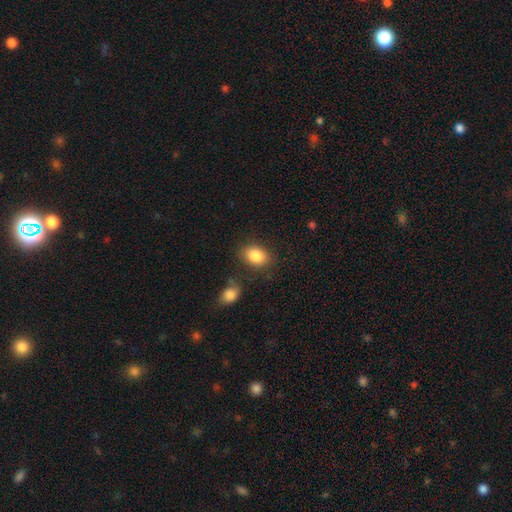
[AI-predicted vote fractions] A smooth galaxy with no disk features (86%) that is in between round and cigar-shaped (77%). Merging: none (77%).